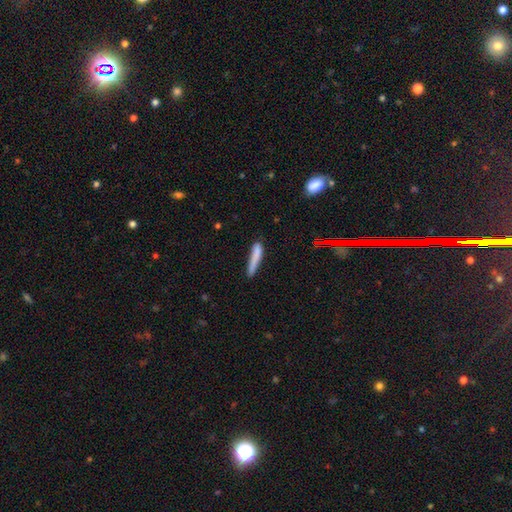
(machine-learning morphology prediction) smooth 78%, featured or disk 15%, star or artifact 7%. Down the decision tree: how rounded — cigar-shaped (92%); merging — none (63%).